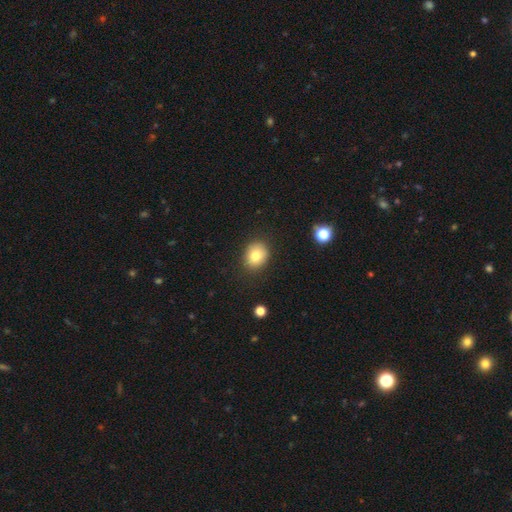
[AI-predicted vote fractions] smooth_or_featured: smooth (p=0.79) [alt: featured or disk p=0.10]
how_rounded: round (p=0.61) [alt: in between p=0.38]
merging: none (p=0.85) [alt: minor disturbance p=0.11]